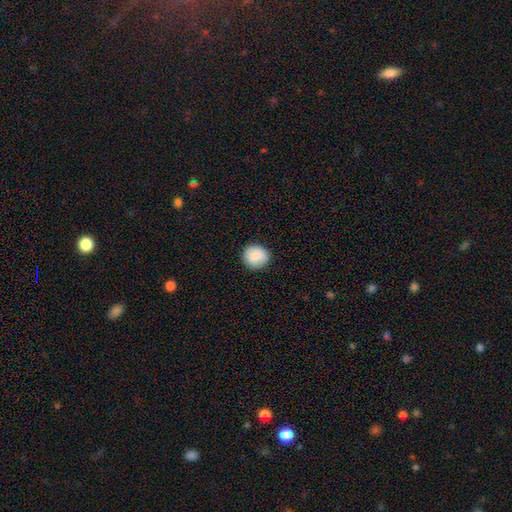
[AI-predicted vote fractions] A smooth galaxy with no disk features (84%) that is round (90%). Merging: none (89%).